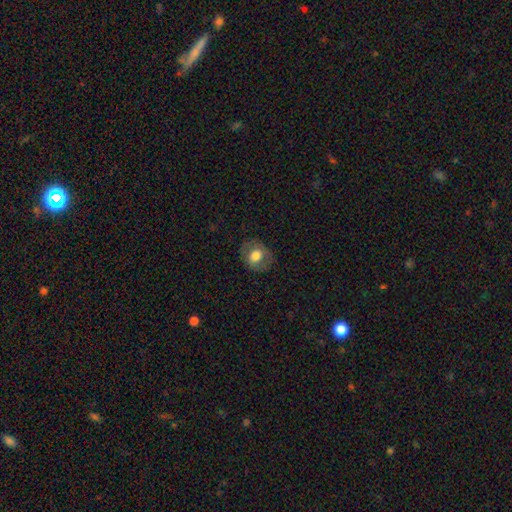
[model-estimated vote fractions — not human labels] A smooth galaxy with no disk features (65%) that is round (63%).

Vote fractions:
- Smooth or featured? smooth: 65% / featured or disk: 27% / star or artifact: 8%
- How rounded? round: 63% / in between: 36% / cigar-shaped: 1%
- Merging? none: 79% / minor disturbance: 14% / major disturbance: 6% / merger: 1%